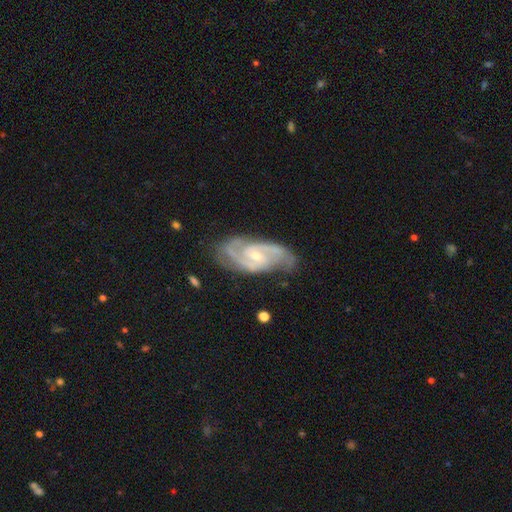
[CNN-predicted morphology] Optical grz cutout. It shows a featured or disk galaxy (91%) with a weak bar (47%), 2 (74%) medium (53%) spiral arms (98%) and a small central bulge (63%). Merging: none (73%).